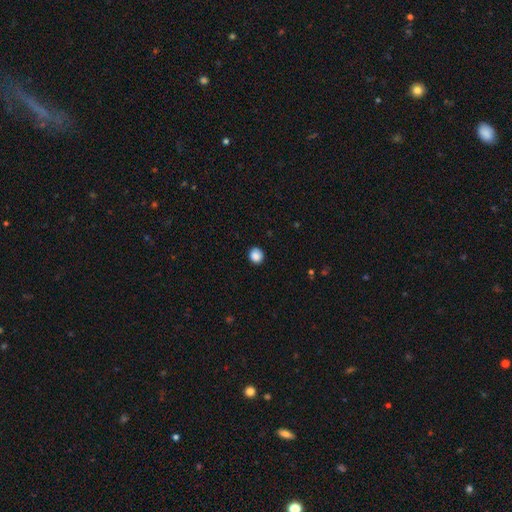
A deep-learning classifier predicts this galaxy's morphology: smooth-or-featured: smooth: 88% | star or artifact: 9% | featured or disk: 3%
  how-rounded: round: 82% | in between: 17% | cigar-shaped: 1%
  merging: none: 90% | minor disturbance: 7% | major disturbance: 2% | merger: 1%